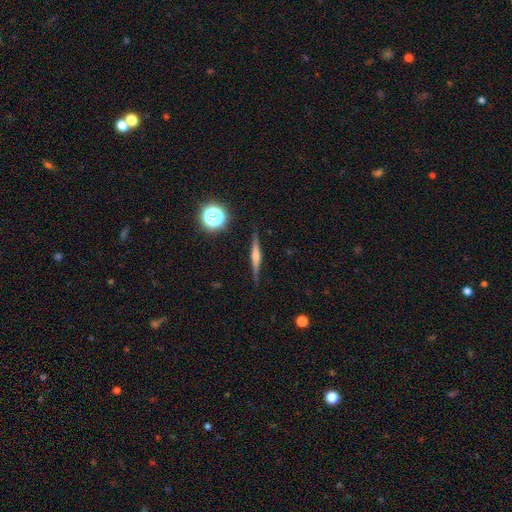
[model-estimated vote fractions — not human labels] The model was most divided on "smooth or featured": featured or disk: 69%, smooth: 22%, star or artifact: 9%. More confident: edge-on disk — yes (98%); merging — none (89%); edge-on bulge — rounded (79%).